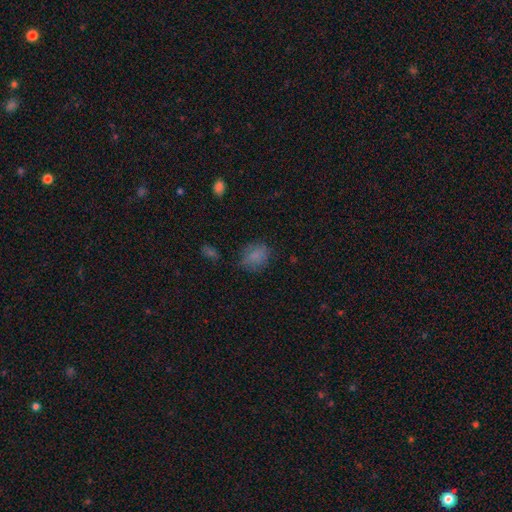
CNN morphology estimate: A smooth galaxy with no disk features (76%) that is round (54%).

Vote fractions:
- Smooth or featured? smooth: 76% / star or artifact: 14% / featured or disk: 10%
- How rounded? round: 54% / in between: 44% / cigar-shaped: 1%
- Merging? none: 66% / minor disturbance: 22% / major disturbance: 9% / merger: 2%